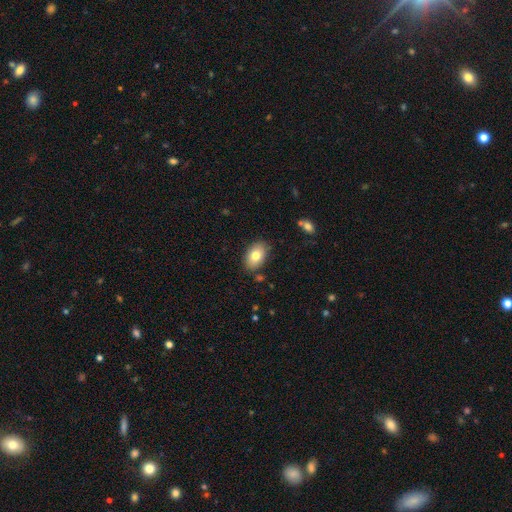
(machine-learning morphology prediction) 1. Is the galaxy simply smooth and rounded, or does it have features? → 79% smooth, 13% featured or disk, 8% star or artifact.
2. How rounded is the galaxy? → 89% in between, 10% round, 1% cigar-shaped.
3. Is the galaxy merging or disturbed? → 84% none, 11% minor disturbance, 2% major disturbance, 2% merger.